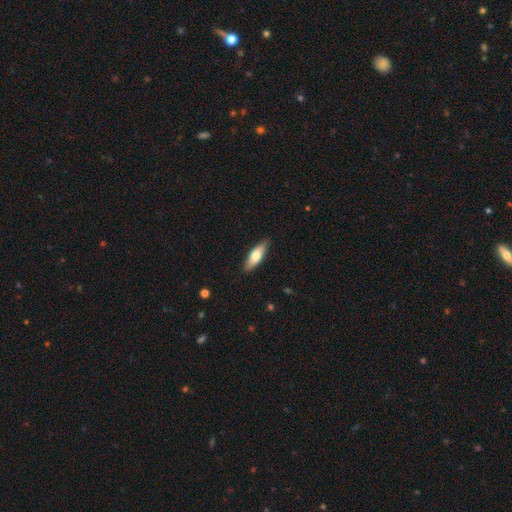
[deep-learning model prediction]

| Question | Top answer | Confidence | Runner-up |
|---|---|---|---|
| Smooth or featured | smooth | 68% | featured or disk (27%) |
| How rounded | in between | 54% | cigar-shaped (44%) |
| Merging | none | 86% | minor disturbance (11%) |